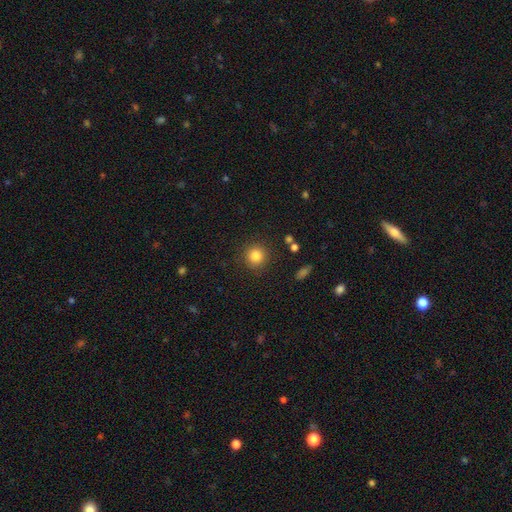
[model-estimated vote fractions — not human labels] Q: Smooth or featured?
A: smooth (84%); runner-up: star or artifact (11%)
Q: How rounded?
A: round (93%); runner-up: in between (6%)
Q: Merging?
A: none (89%); runner-up: minor disturbance (7%)